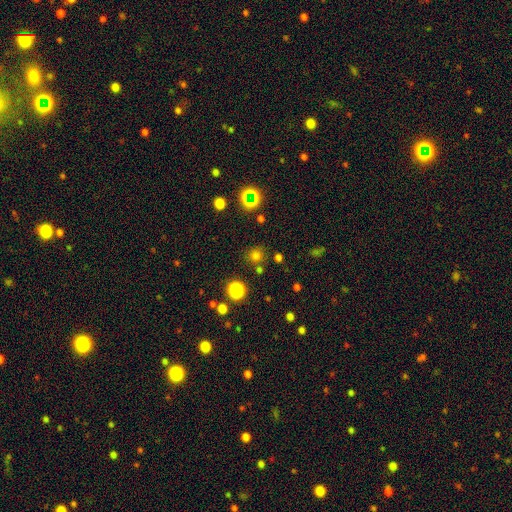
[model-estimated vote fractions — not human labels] Smooth or featured: smooth — 68% (star or artifact — 26%)
How rounded: round — 92% (in between — 7%)
Merging: none — 83% (minor disturbance — 8%)